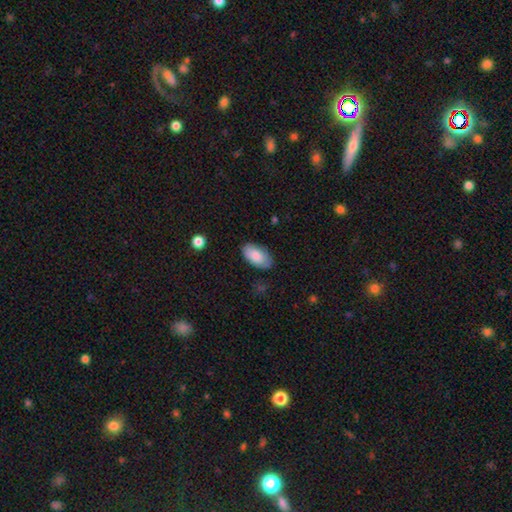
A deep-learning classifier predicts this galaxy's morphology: A smooth galaxy with no disk features (85%) that is in between round and cigar-shaped (95%). Merging: none (83%).